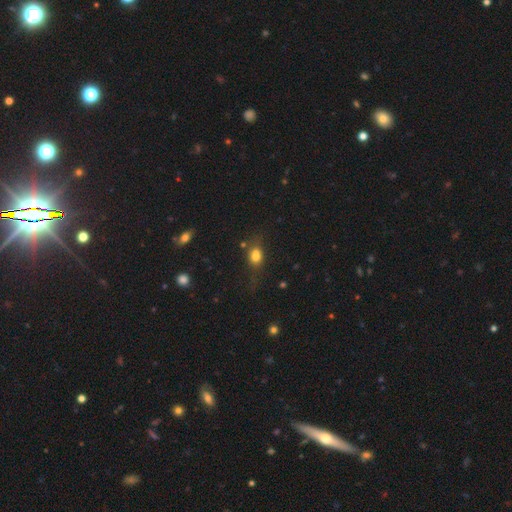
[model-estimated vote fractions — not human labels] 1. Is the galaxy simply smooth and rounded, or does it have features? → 76% smooth, 13% star or artifact, 11% featured or disk.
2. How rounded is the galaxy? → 63% in between, 34% round, 4% cigar-shaped.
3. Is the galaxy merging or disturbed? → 57% none, 21% minor disturbance, 12% merger, 11% major disturbance.